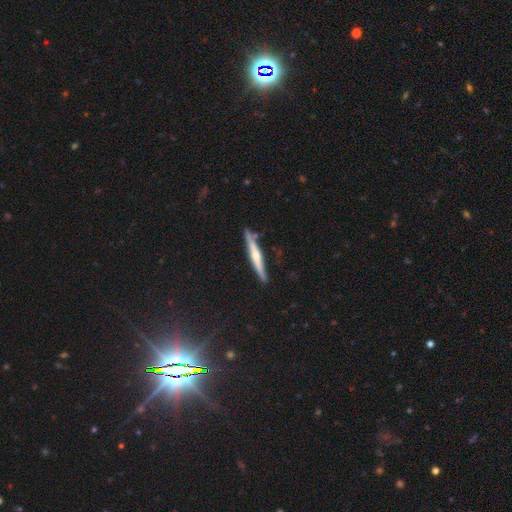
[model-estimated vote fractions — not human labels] This is likely a featured or disk galaxy (60%). It is clearly viewed edge-on (96%). Edge-on bulge: likely rounded (75%). Merging: clearly none (81%).